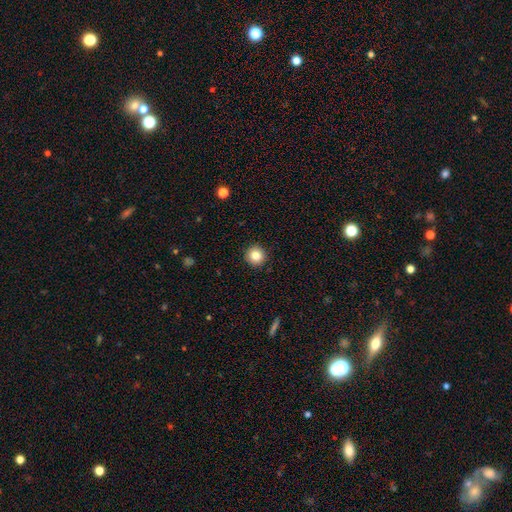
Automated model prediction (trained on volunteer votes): Smooth or featured? smooth (83%)
How rounded? round (95%)
Merging? none (93%)